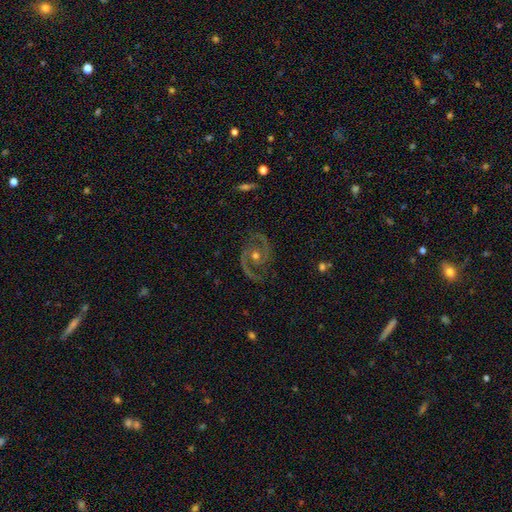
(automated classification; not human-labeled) featured or disk 92%, star or artifact 5%, smooth 3%. Down the decision tree: edge-on disk — no (98%); bar — no (65%); spiral arms — yes (98%); spiral arm count — 2 (93%); spiral winding — medium (59%); bulge size — moderate (69%); merging — none (82%).